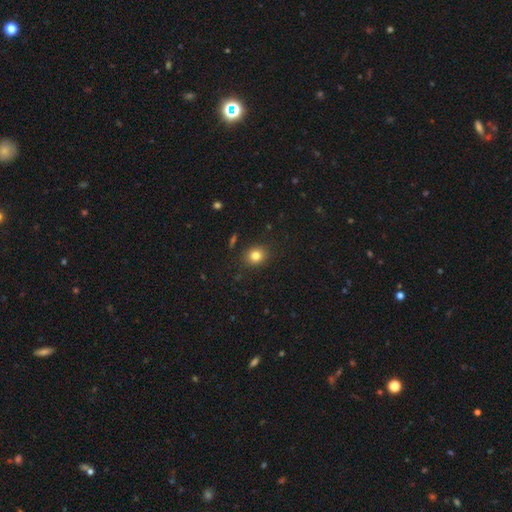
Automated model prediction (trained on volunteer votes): Smooth or featured: smooth — 81% (star or artifact — 12%)
How rounded: round — 64% (in between — 35%)
Merging: none — 88% (minor disturbance — 8%)